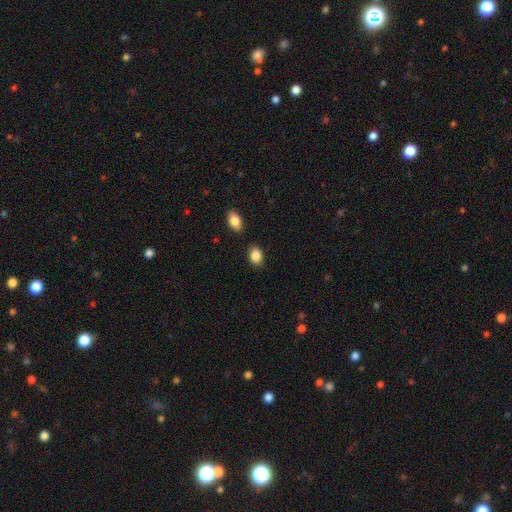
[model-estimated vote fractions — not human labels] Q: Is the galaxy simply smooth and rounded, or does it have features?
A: smooth — 87%.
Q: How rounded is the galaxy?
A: in between — 73%.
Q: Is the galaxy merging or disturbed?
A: none — 80%.